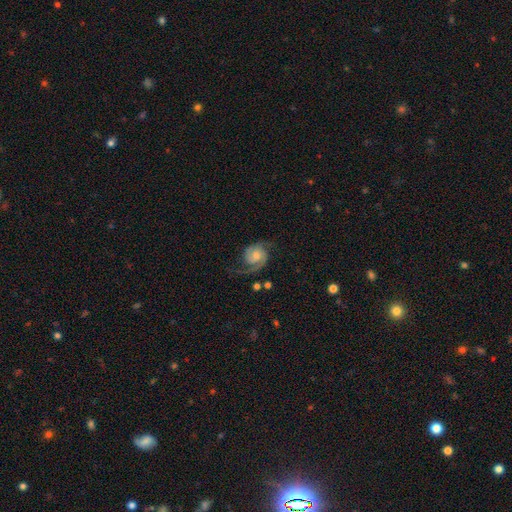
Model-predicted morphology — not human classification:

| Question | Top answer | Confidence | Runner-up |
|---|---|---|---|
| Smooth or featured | featured or disk | 85% | smooth (9%) |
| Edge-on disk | no | 98% | yes (2%) |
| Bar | no | 70% | weak (25%) |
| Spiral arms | yes | 97% | no (3%) |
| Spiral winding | medium | 48% | tight (28%) |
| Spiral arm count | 2 | 86% | 1 (6%) |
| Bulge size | moderate | 43% | small (42%) |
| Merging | none | 67% | minor disturbance (18%) |